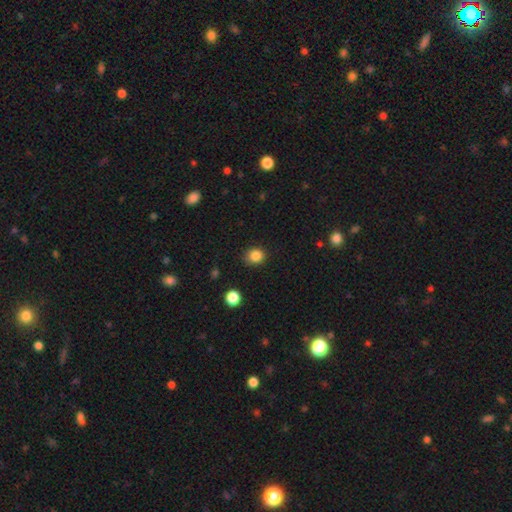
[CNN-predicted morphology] Smooth or featured? smooth (85%)
How rounded? round (82%)
Merging? none (86%)